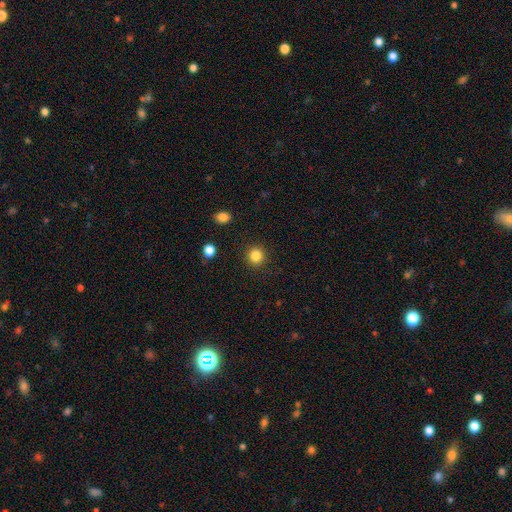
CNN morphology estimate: Overall: smooth (85%). How rounded: round (93%). Merging: none (91%).